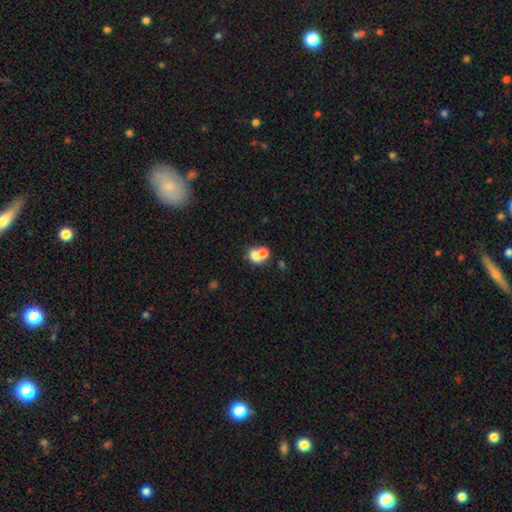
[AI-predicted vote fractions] Overall: smooth (68%). How rounded: round (58%; in between 41%). Merging: merger (63%; none 27%).